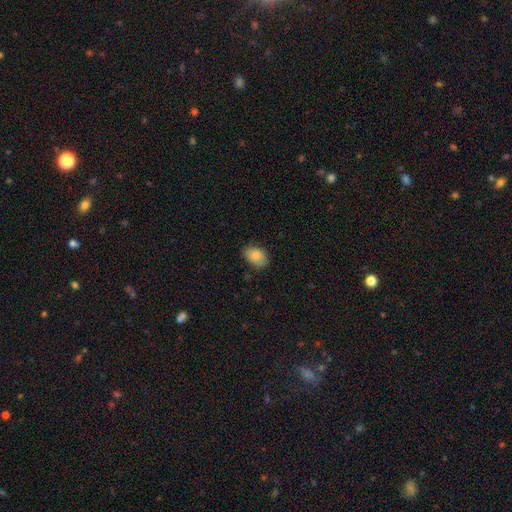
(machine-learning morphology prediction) A smooth galaxy with no disk features (87%) that is in between round and cigar-shaped (83%). Merging: none (79%).